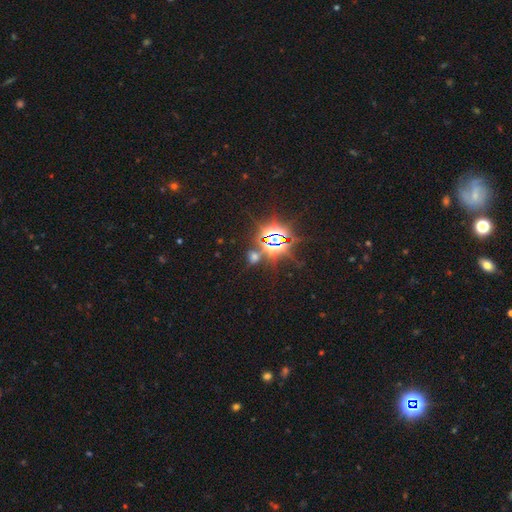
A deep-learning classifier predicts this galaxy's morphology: smooth-or-featured: star or artifact: 82% | smooth: 10% | featured or disk: 8%